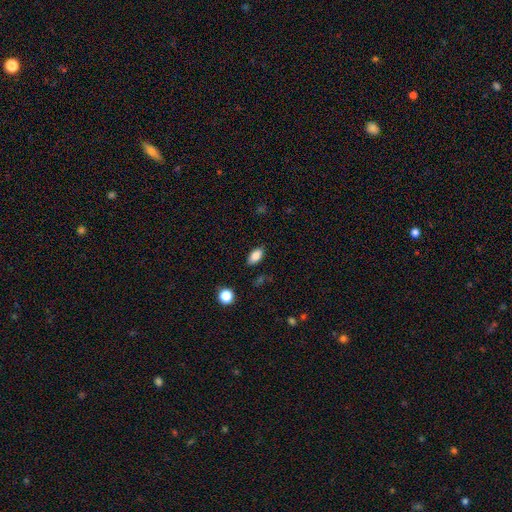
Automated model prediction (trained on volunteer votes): smooth 85%, star or artifact 9%, featured or disk 6%. Down the decision tree: how rounded — in between (91%); merging — none (85%).